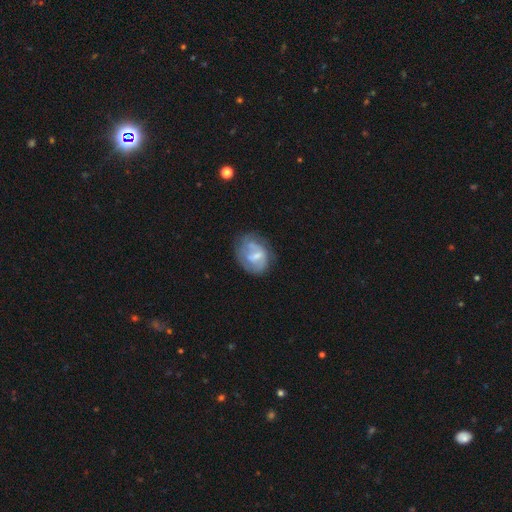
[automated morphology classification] Smooth or featured? Predicted: featured or disk (p=0.57). Edge-on disk? Predicted: no (p=0.97). Bar? Predicted: weak (p=0.50). Spiral arms? Predicted: yes (p=0.56). Bulge size? Predicted: small (p=0.38). Merging? Predicted: none (p=0.52).